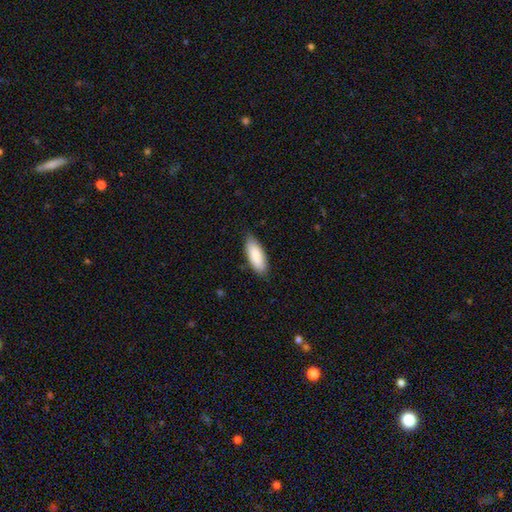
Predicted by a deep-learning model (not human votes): A smooth galaxy with no disk features (89%) that is in between round and cigar-shaped (77%).

Vote fractions:
- Smooth or featured? smooth: 89% / featured or disk: 6% / star or artifact: 5%
- How rounded? in between: 77% / cigar-shaped: 21% / round: 2%
- Merging? none: 83% / minor disturbance: 14% / major disturbance: 2% / merger: 1%